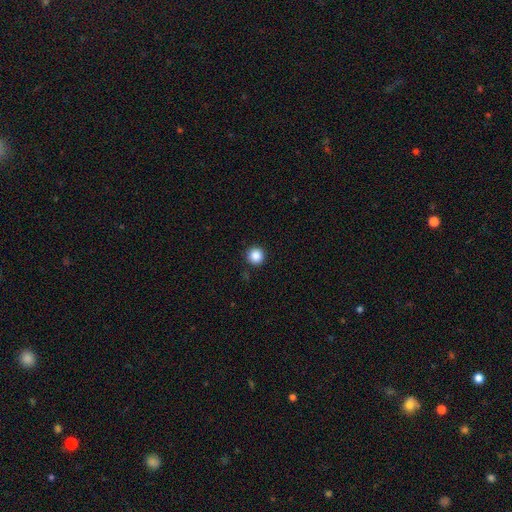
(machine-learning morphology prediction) A smooth galaxy with no disk features (87%) that is round (96%). Merging: none (92%).